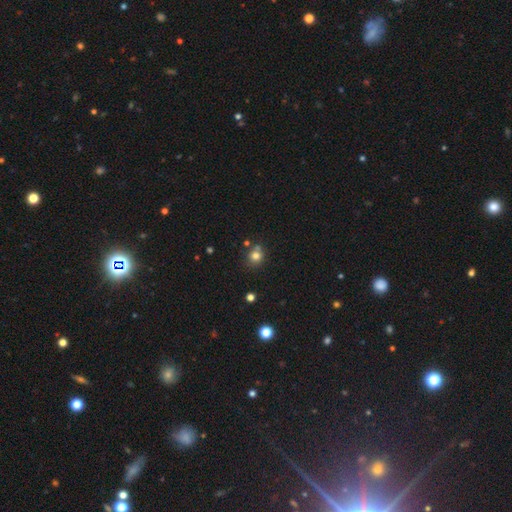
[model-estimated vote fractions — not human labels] Overall: smooth (78%). How rounded: round (83%). Merging: none (68%).